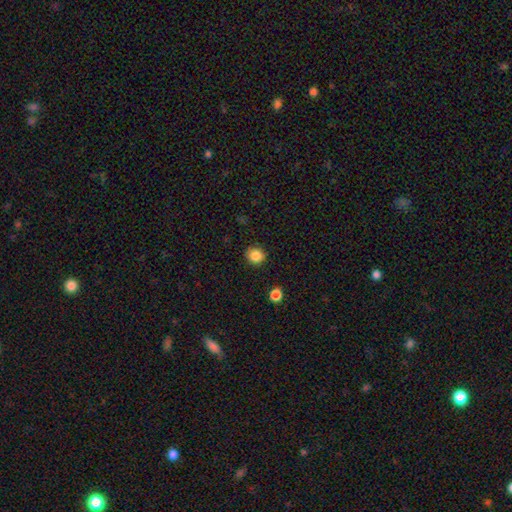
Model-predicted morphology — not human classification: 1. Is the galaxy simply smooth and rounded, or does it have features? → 86% smooth, 11% star or artifact, 4% featured or disk.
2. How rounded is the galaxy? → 85% round, 14% in between, 1% cigar-shaped.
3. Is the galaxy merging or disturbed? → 89% none, 8% minor disturbance, 2% major disturbance, 1% merger.